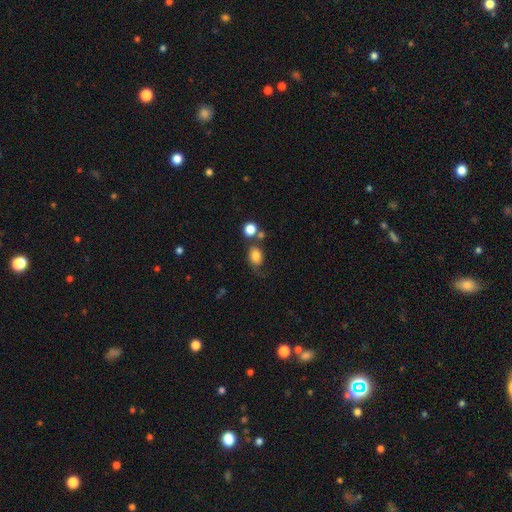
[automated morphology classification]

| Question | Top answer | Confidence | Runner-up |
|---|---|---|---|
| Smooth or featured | smooth | 77% | featured or disk (12%) |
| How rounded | in between | 57% | round (41%) |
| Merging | none | 49% | minor disturbance (22%) |